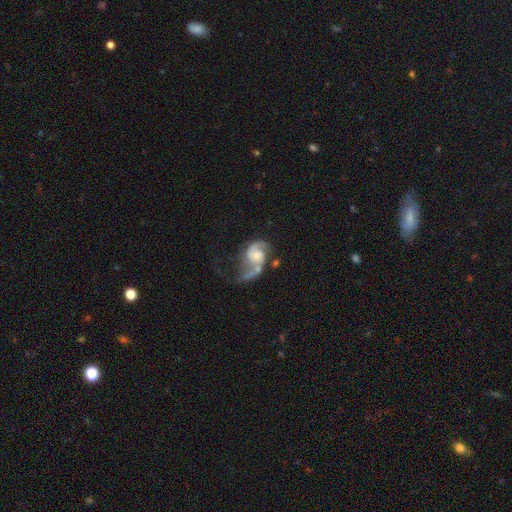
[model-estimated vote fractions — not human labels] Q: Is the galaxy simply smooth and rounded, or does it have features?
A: featured or disk — 84%.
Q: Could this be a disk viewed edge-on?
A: no — 98%.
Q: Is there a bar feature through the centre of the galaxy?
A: no — 65%.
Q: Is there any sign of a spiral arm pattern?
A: yes — 94%.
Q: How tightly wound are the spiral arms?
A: medium — 43%.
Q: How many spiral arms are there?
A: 2 — 82%.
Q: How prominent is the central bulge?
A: moderate — 34%.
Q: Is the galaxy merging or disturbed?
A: none — 31%, tied with major disturbance.